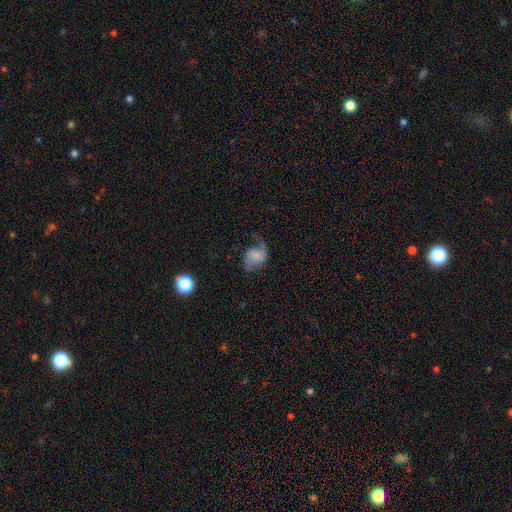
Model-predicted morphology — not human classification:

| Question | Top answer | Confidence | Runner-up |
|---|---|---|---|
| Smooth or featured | featured or disk | 63% | smooth (29%) |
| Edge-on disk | no | 98% | yes (2%) |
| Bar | no | 49% | weak (39%) |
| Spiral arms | yes | 90% | no (10%) |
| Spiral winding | loose | 63% | medium (30%) |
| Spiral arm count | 2 | 69% | 1 (25%) |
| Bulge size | small | 35% | tied: none (35%) |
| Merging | none | 46% | major disturbance (29%) |